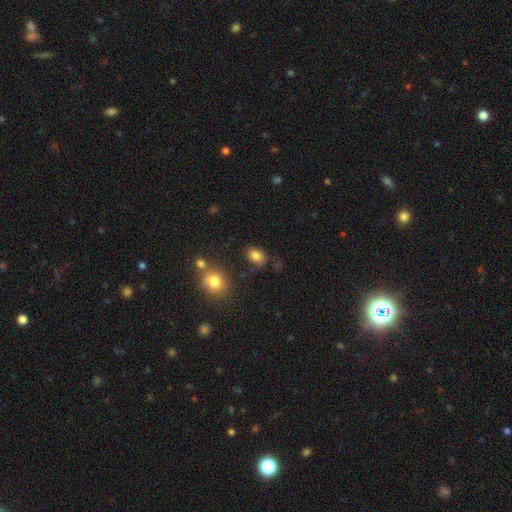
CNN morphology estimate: Q: Smooth or featured?
A: smooth (82%); runner-up: star or artifact (11%)
Q: How rounded?
A: in between (77%); runner-up: round (22%)
Q: Merging?
A: none (66%); runner-up: minor disturbance (21%)